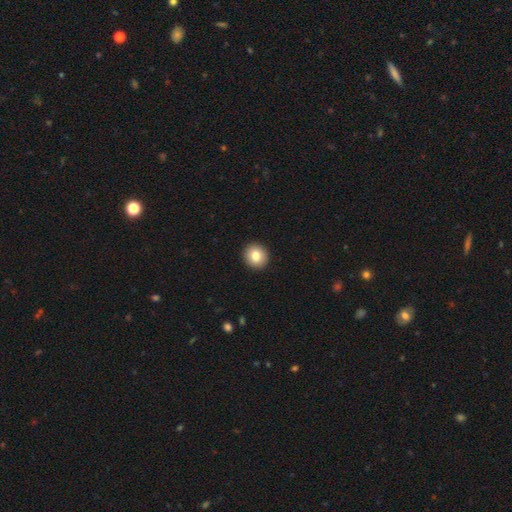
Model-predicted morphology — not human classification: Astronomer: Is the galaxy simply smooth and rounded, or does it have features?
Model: smooth — 81%.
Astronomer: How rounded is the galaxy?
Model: round — 89%.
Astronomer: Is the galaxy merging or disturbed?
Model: none — 93%.